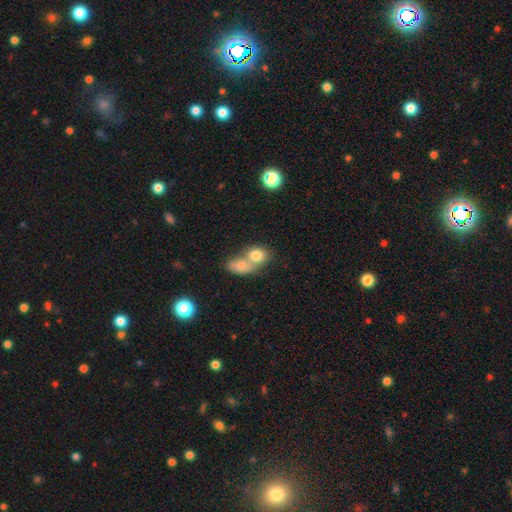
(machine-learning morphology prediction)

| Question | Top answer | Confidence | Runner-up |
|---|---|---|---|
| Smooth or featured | smooth | 76% | featured or disk (15%) |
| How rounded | round | 50% | in between (48%) |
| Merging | merger | 68% | none (22%) |